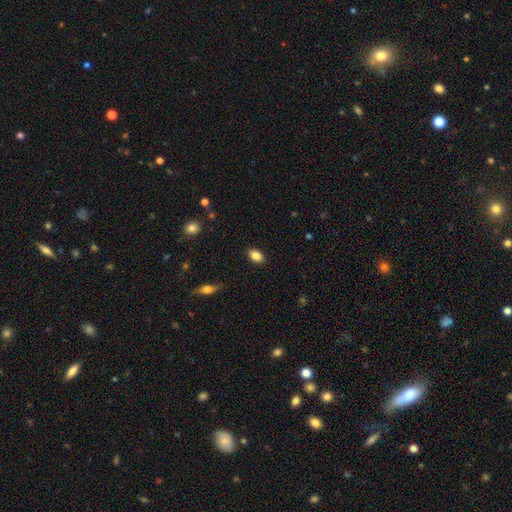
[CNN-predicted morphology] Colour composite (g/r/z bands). It shows a smooth galaxy with no disk features (85%) that is in between round and cigar-shaped (87%). Merging: none (88%).